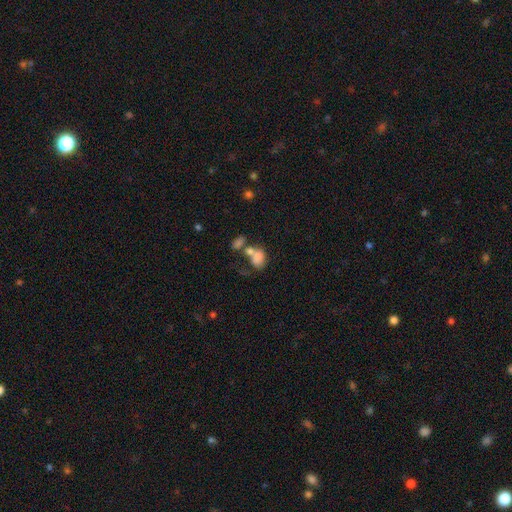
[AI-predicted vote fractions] This is likely a smooth galaxy (75%). How rounded: likely in between (77%). Merging: possibly merger (52%).